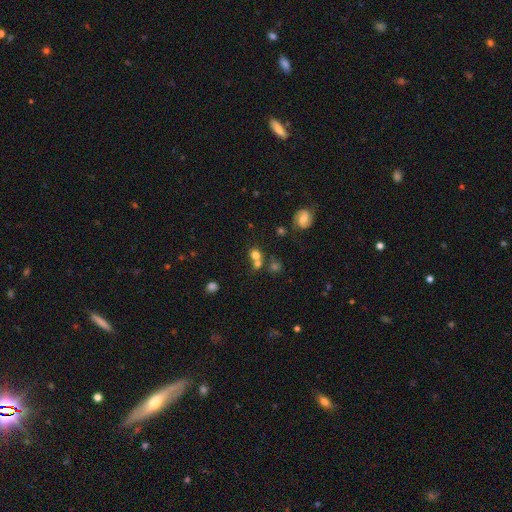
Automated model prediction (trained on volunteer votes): Smooth or featured? smooth (70%)
How rounded? round (76%)
Merging? none (47%)